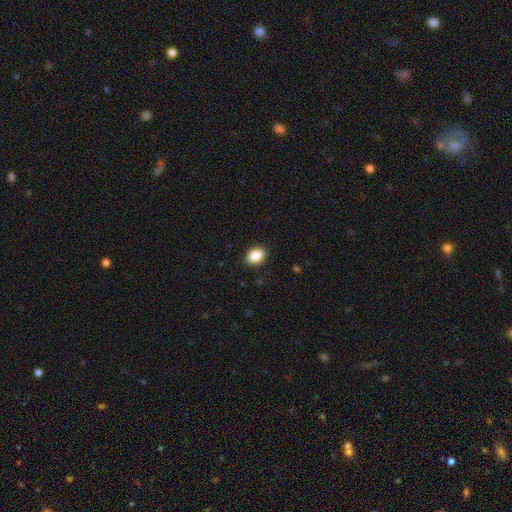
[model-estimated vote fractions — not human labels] Morphology: type=smooth (87%); roundness=in between (69%); merging=none (90%).